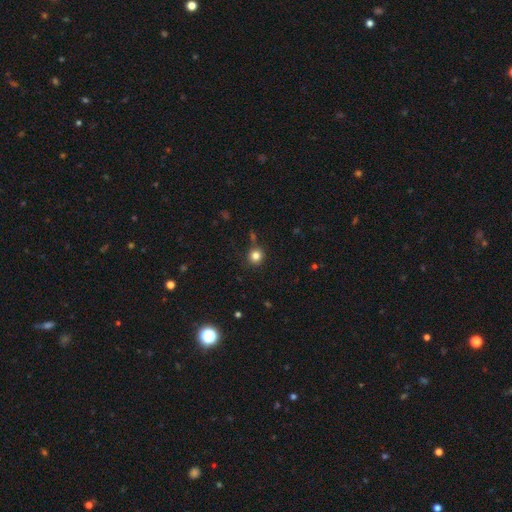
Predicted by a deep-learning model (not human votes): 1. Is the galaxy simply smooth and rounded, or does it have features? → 81% smooth, 13% star or artifact, 5% featured or disk.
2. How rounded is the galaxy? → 92% round, 7% in between, 1% cigar-shaped.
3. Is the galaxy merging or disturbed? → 84% none, 9% minor disturbance, 4% merger, 3% major disturbance.